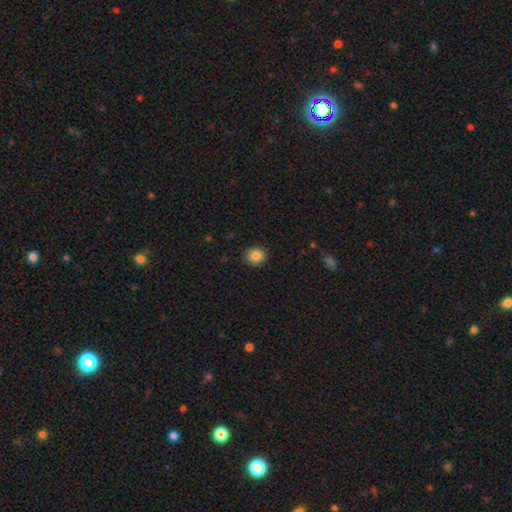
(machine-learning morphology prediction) Smooth or featured?
  - smooth: 85% *
  - star or artifact: 10%
  - featured or disk: 5%
How rounded?
  - round: 79% *
  - in between: 20%
  - cigar-shaped: 1%
Merging?
  - none: 91% *
  - minor disturbance: 7%
  - major disturbance: 2%
  - merger: 1%